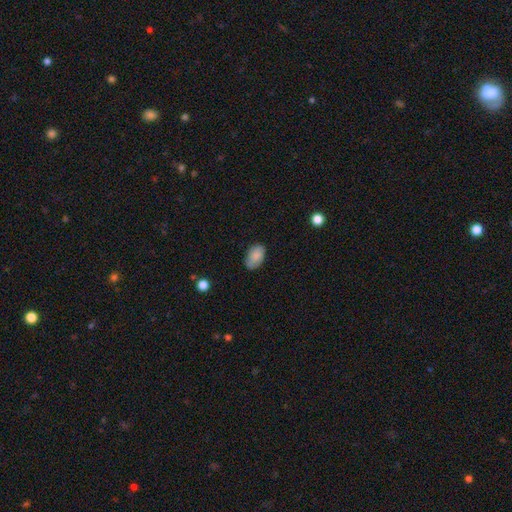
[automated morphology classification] This is clearly a smooth galaxy (85%). How rounded: clearly in between (92%). Merging: likely none (76%).